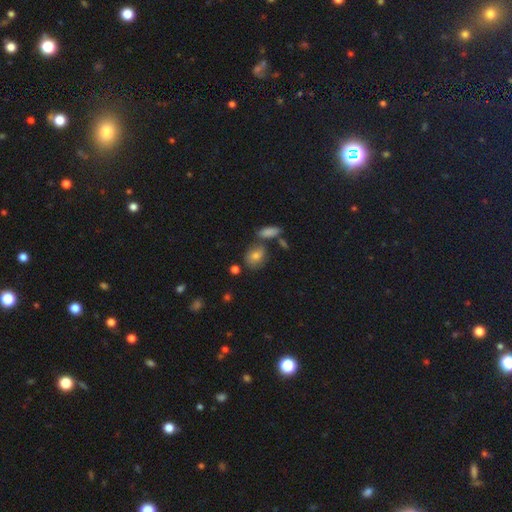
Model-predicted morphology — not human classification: A smooth galaxy with no disk features (74%) that is in between round and cigar-shaped (54%).

Vote fractions:
- Smooth or featured? smooth: 74% / featured or disk: 15% / star or artifact: 11%
- How rounded? in between: 54% / round: 44% / cigar-shaped: 2%
- Merging? none: 61% / minor disturbance: 17% / merger: 16% / major disturbance: 5%